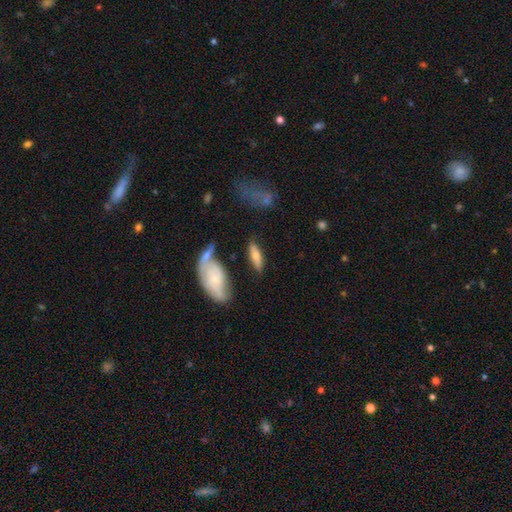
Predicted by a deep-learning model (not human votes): This appears to be a smooth galaxy with no disk features (56%) that is in between round and cigar-shaped (59%). Merging: none (70%).